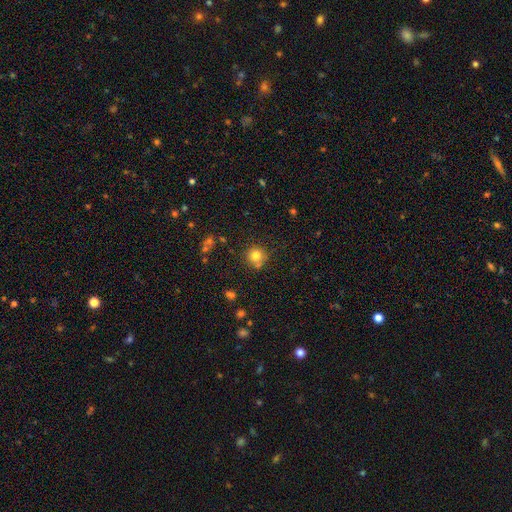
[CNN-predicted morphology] This is likely a smooth galaxy (79%). How rounded: clearly round (92%). Merging: likely none (72%).